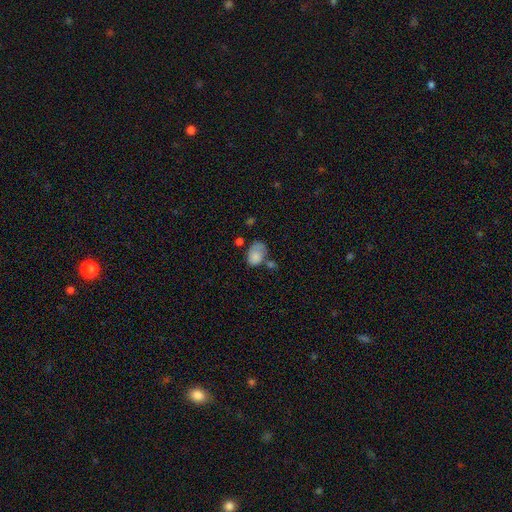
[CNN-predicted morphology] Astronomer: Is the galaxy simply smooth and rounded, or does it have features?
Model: smooth — 77%.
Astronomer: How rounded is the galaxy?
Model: in between — 78%.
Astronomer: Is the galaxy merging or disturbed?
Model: none — 35% (runner-up: minor disturbance, 29%).